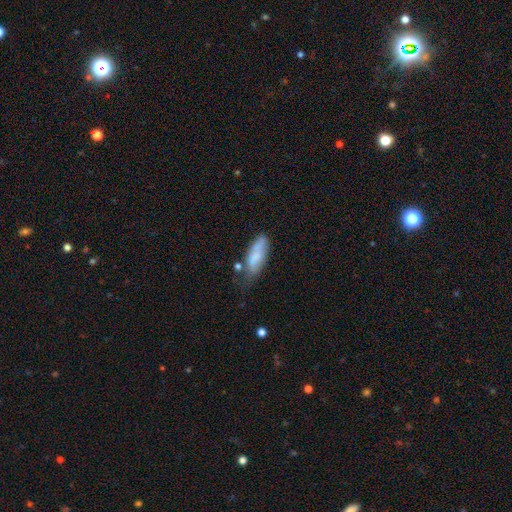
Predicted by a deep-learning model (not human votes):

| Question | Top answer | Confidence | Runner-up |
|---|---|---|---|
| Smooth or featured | smooth | 73% | featured or disk (20%) |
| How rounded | in between | 67% | cigar-shaped (31%) |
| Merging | none | 42% | minor disturbance (36%) |